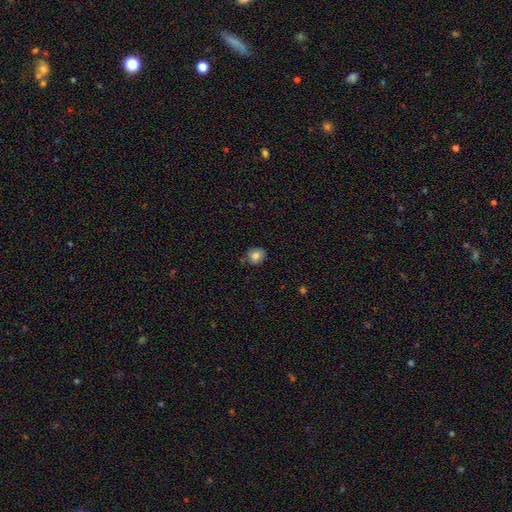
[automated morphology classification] smooth_or_featured: smooth (p=0.82) [alt: star or artifact p=0.10]
how_rounded: round (p=0.75) [alt: in between p=0.24]
merging: none (p=0.80) [alt: minor disturbance p=0.14]